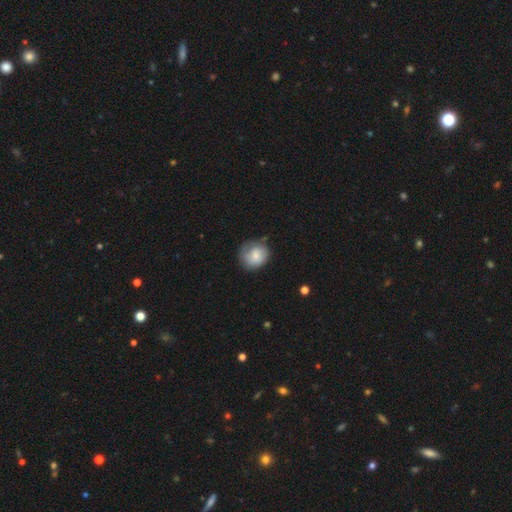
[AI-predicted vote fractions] smooth_or_featured: smooth (p=0.75) [alt: featured or disk p=0.18]
how_rounded: round (p=0.79) [alt: in between p=0.21]
merging: none (p=0.59) [alt: minor disturbance p=0.29]